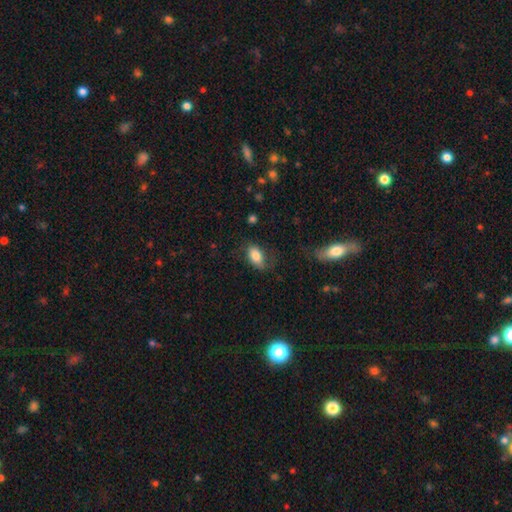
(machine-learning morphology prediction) smooth_or_featured: smooth (p=0.78) [alt: featured or disk p=0.14]
how_rounded: in between (p=0.90) [alt: round p=0.07]
merging: none (p=0.62) [alt: minor disturbance p=0.23]